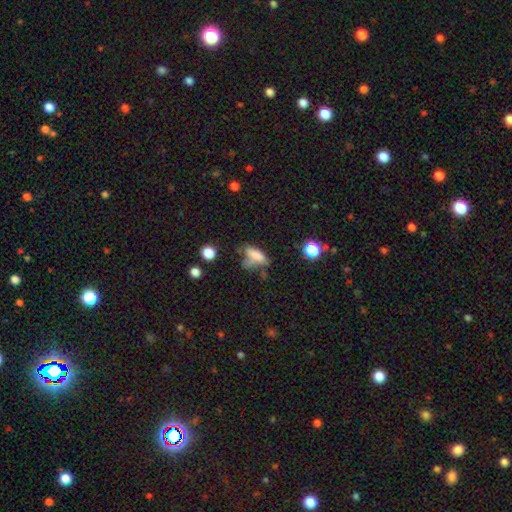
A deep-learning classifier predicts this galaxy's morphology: A smooth galaxy with no disk features (69%) that is in between round and cigar-shaped (68%). Merging: none (31%).